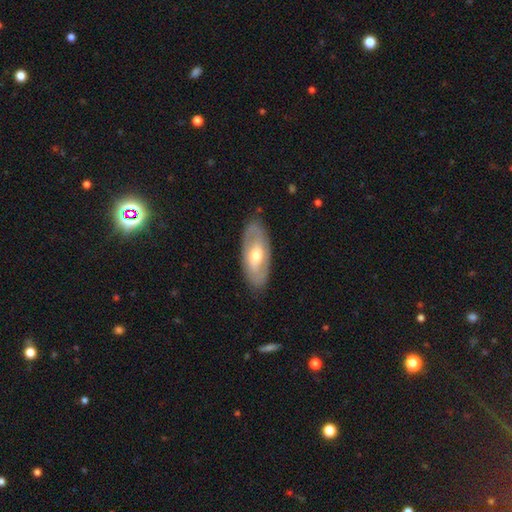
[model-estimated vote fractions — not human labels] The model was most divided on "spiral arms": yes: 54%, no: 46%. More confident: edge-on disk — no (86%); merging — none (84%); bulge size — moderate (69%); smooth or featured — featured or disk (58%); bar — no (51%).